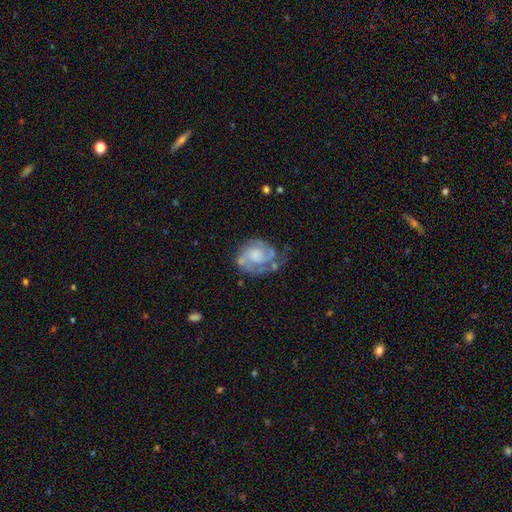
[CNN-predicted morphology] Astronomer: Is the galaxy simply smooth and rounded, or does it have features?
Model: featured or disk — 72%.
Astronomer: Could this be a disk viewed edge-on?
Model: no — 98%.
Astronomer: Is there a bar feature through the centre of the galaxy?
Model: no — 70%.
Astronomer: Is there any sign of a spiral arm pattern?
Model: yes — 84%.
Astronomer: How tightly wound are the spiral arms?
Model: tight — 44% (runner-up: medium, 39%).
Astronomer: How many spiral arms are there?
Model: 2 — 45% (runner-up: can't tell, 23%).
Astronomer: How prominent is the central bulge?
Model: moderate — 33% (runner-up: none, 25%).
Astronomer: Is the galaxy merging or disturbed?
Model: none — 47% (runner-up: minor disturbance, 26%).